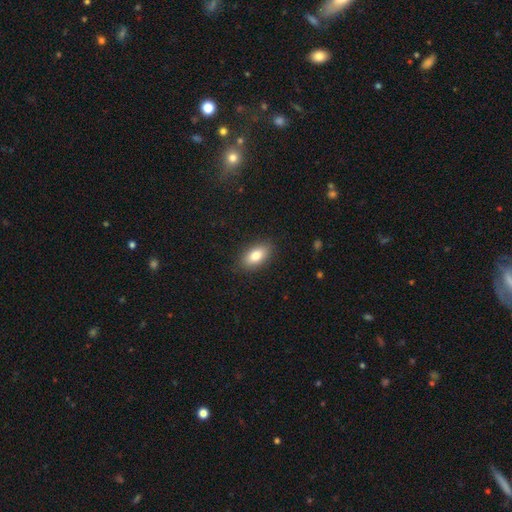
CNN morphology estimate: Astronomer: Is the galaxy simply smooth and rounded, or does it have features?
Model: smooth — 83%.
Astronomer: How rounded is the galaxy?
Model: in between — 91%.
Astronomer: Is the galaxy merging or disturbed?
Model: none — 87%.